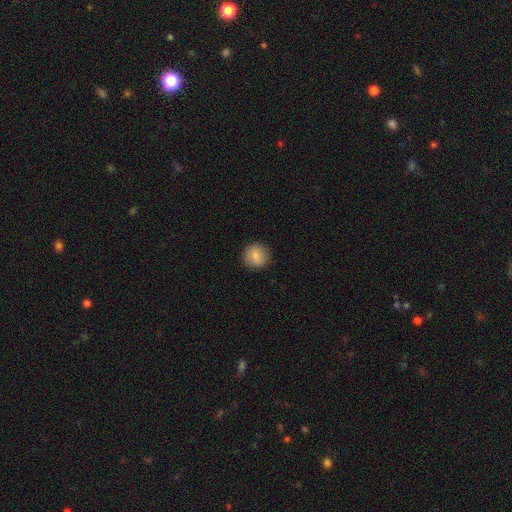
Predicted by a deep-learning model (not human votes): The model was most divided on "smooth or featured": smooth: 83%, star or artifact: 9%, featured or disk: 8%. More confident: how rounded — round (92%); merging — none (91%).